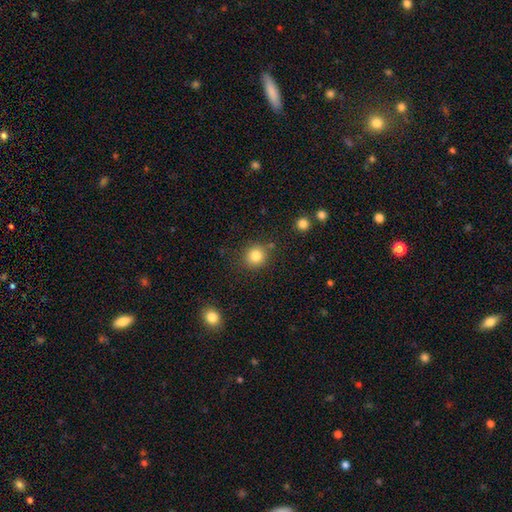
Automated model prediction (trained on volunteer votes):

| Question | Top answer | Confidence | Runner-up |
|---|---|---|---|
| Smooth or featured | smooth | 83% | star or artifact (11%) |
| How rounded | round | 88% | in between (11%) |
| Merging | none | 83% | minor disturbance (9%) |